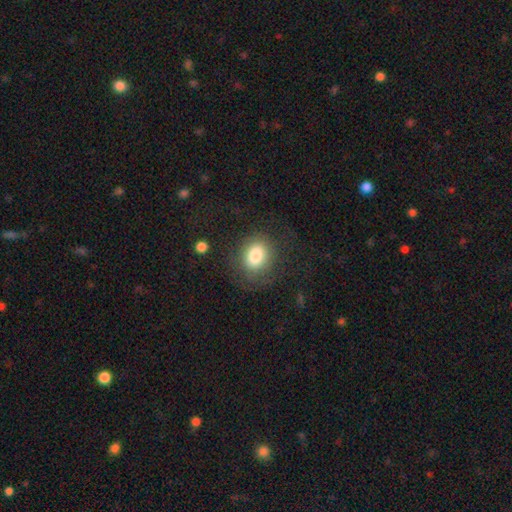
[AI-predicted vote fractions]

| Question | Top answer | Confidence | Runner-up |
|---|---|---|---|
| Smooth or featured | smooth | 80% | featured or disk (11%) |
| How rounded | round | 52% | in between (47%) |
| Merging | none | 74% | minor disturbance (14%) |